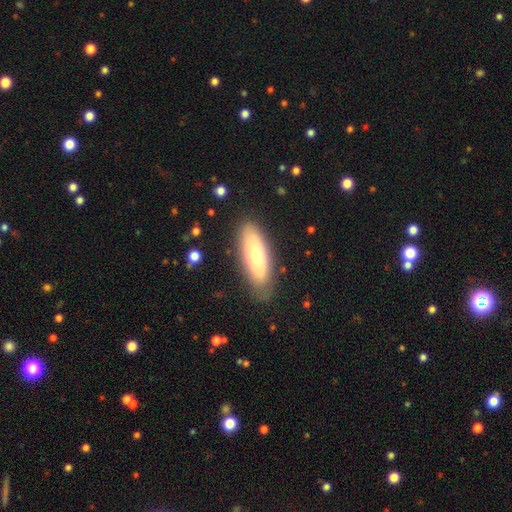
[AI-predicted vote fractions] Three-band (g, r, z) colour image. It shows a smooth galaxy with no disk features (62%) that is in between round and cigar-shaped (71%). Merging: none (79%).